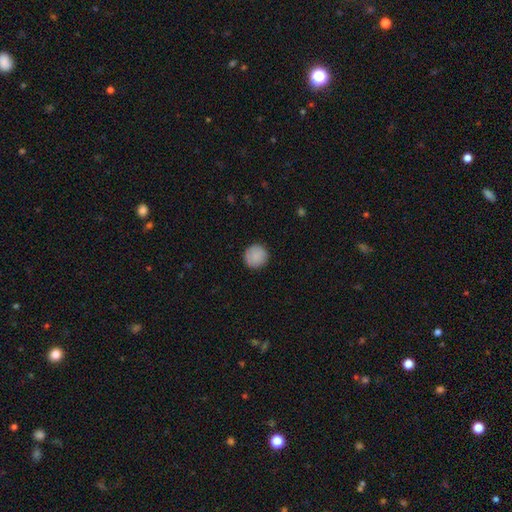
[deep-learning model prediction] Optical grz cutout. It shows a smooth galaxy with no disk features (88%) that is round (95%). Merging: none (90%).